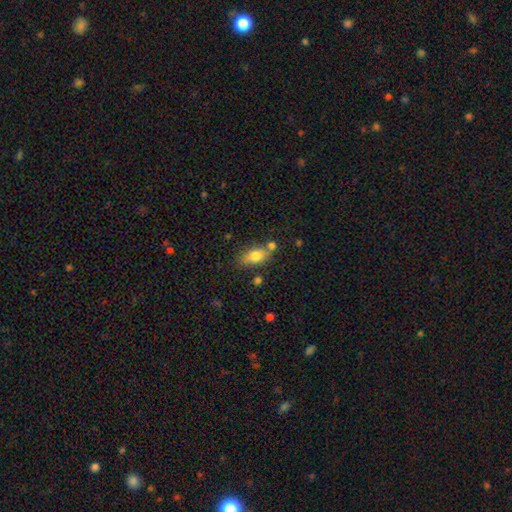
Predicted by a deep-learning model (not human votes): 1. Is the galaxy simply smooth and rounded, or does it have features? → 77% smooth, 15% featured or disk, 8% star or artifact.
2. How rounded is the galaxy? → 84% in between, 9% cigar-shaped, 7% round.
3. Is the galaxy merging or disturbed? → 65% none, 16% minor disturbance, 14% merger, 4% major disturbance.